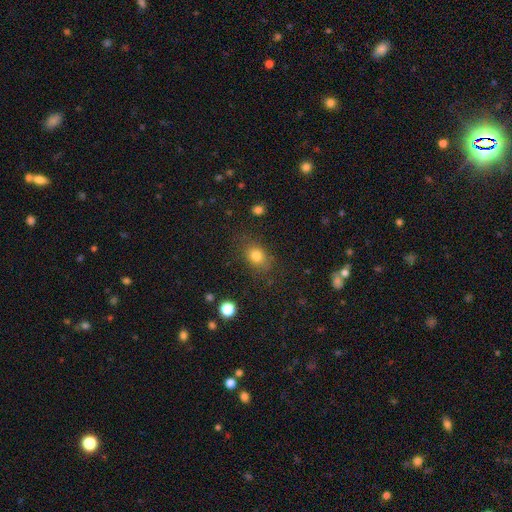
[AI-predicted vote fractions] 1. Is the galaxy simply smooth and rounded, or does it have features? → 80% smooth, 12% star or artifact, 9% featured or disk.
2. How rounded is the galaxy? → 60% in between, 39% round, 2% cigar-shaped.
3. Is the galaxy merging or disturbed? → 78% none, 15% minor disturbance, 5% major disturbance, 2% merger.